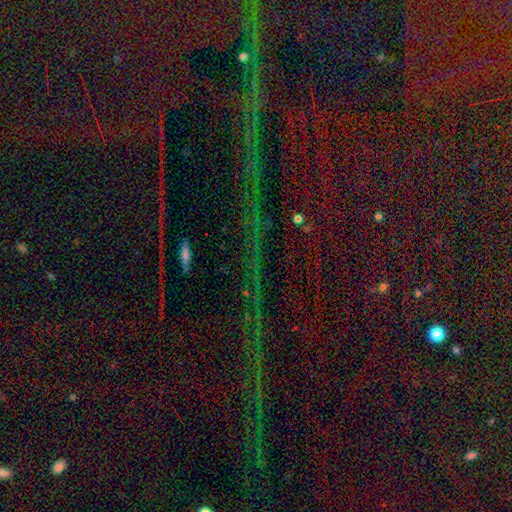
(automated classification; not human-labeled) Smooth or featured: star or artifact — 81% (smooth — 10%)